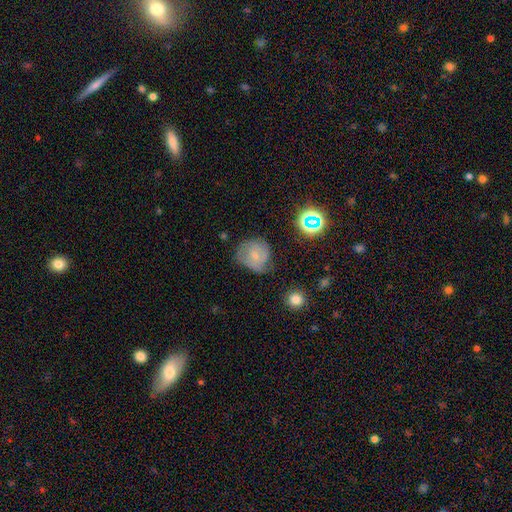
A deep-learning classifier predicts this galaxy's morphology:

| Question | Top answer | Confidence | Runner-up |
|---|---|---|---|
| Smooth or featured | smooth | 59% | featured or disk (28%) |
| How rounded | round | 80% | in between (19%) |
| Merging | none | 48% | minor disturbance (34%) |